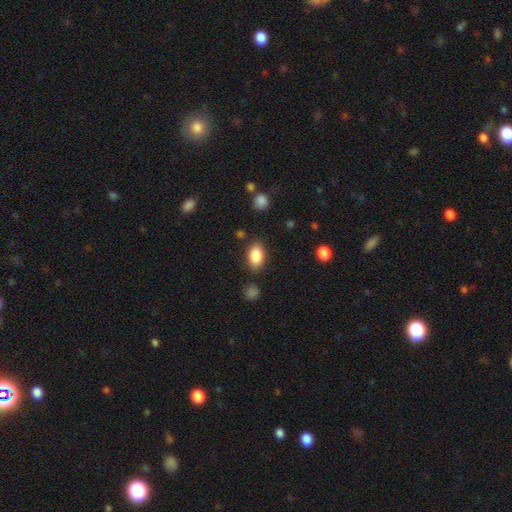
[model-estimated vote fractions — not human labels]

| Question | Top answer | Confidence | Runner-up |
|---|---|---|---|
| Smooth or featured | smooth | 86% | star or artifact (8%) |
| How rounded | in between | 89% | round (8%) |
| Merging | none | 84% | minor disturbance (11%) |